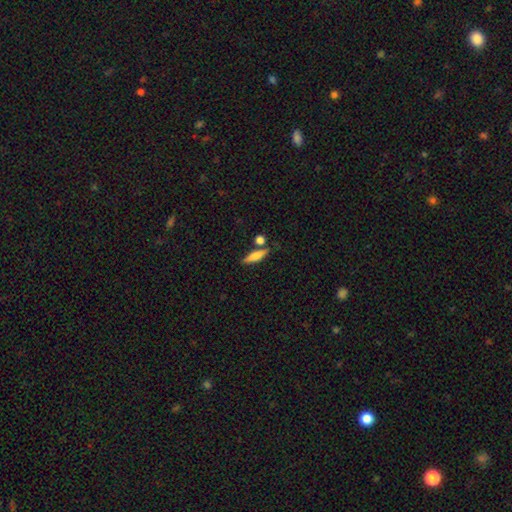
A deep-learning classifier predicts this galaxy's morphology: Smooth or featured? smooth (63%)
How rounded? cigar-shaped (67%)
Merging? none (74%)